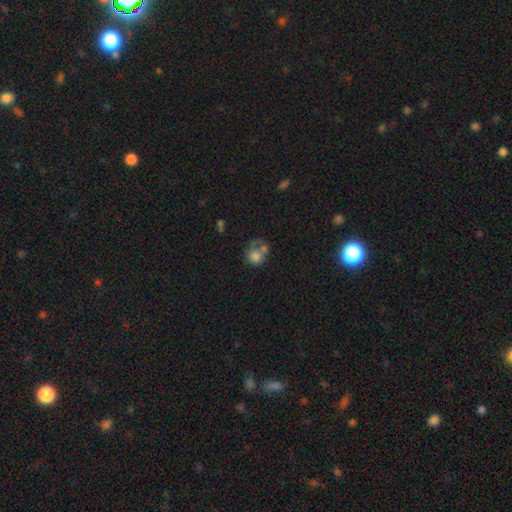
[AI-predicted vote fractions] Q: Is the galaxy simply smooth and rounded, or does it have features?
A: smooth — 68%.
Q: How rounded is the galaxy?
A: round — 70%.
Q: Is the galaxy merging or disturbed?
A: merger — 35%.